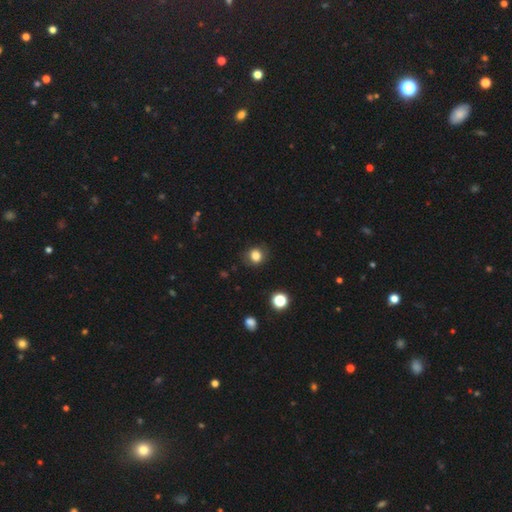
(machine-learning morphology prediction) A smooth galaxy with no disk features (82%) that is round (78%). Merging: none (82%).